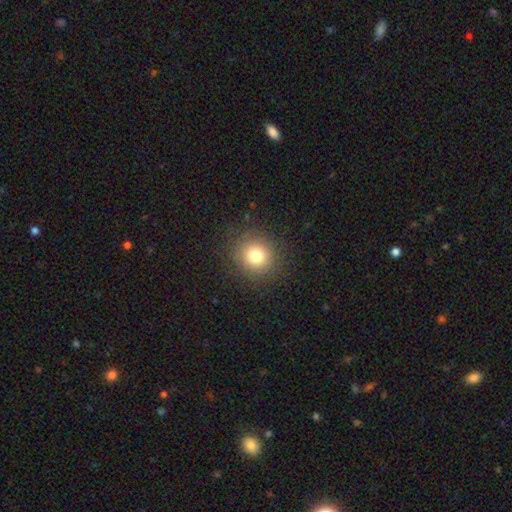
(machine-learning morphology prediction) smooth_or_featured: smooth (p=0.77) [alt: star or artifact p=0.14]
how_rounded: round (p=0.90) [alt: in between p=0.09]
merging: none (p=0.88) [alt: minor disturbance p=0.07]